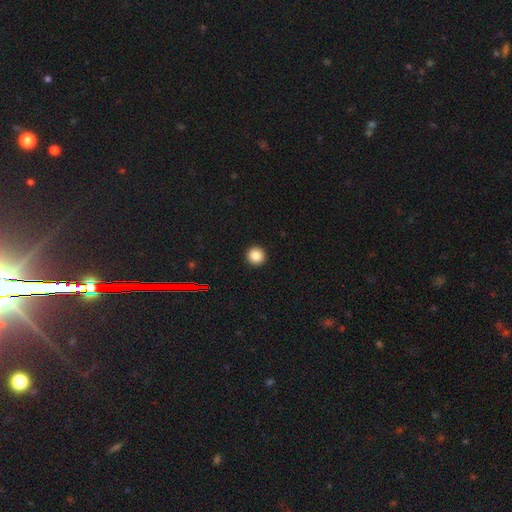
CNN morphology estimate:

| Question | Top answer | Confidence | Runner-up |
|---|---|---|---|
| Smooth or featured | smooth | 87% | star or artifact (10%) |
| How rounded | round | 96% | in between (3%) |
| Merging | none | 94% | minor disturbance (4%) |